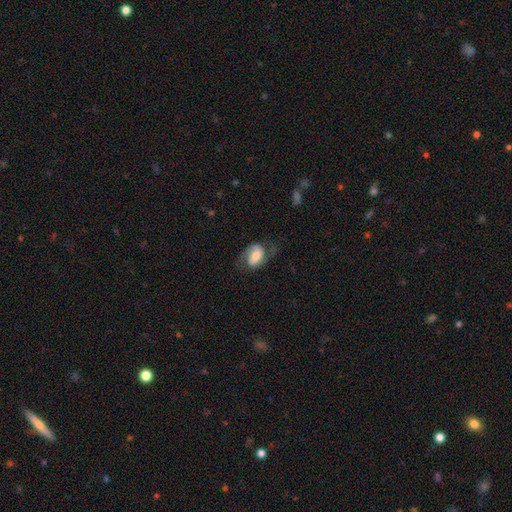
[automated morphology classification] smooth-or-featured: featured or disk: 63% | smooth: 30% | star or artifact: 7%
  disk-edge-on: no: 96% | yes: 4%
    bar: weak: 39% (tied) | no: 39% (tied) | strong: 22%
    has-spiral-arms: yes: 88% | no: 12%
      spiral-winding: medium: 48% | loose: 32% | tight: 20%
      spiral-arm-count: 2: 85% | 1: 6% | can't tell: 6% | 3: 1% | 4: 1% | more than 4: 1%
    bulge-size: moderate: 50% | large: 23% | small: 20% | none: 4% | dominant: 4%
  merging: none: 60% | minor disturbance: 21% | major disturbance: 18% | merger: 1%